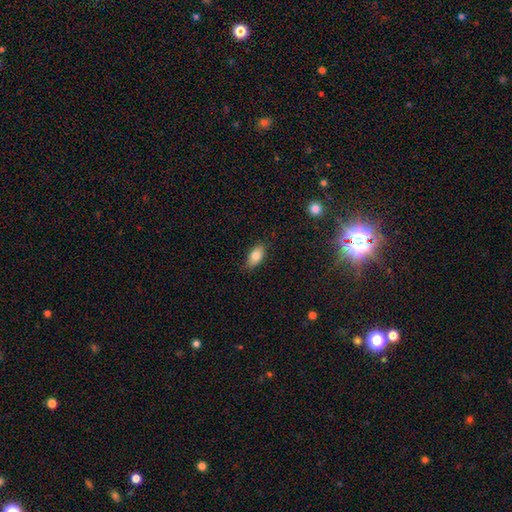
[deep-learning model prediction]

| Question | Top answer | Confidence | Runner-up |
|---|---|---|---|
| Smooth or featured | smooth | 80% | featured or disk (12%) |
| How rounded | in between | 89% | cigar-shaped (7%) |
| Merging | none | 83% | minor disturbance (14%) |